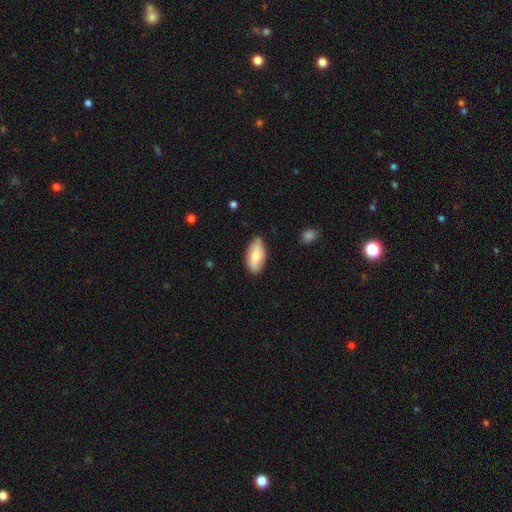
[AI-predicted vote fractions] Smooth or featured? Predicted: smooth (p=0.73). How rounded? Predicted: in between (p=0.92). Merging? Predicted: none (p=0.76).